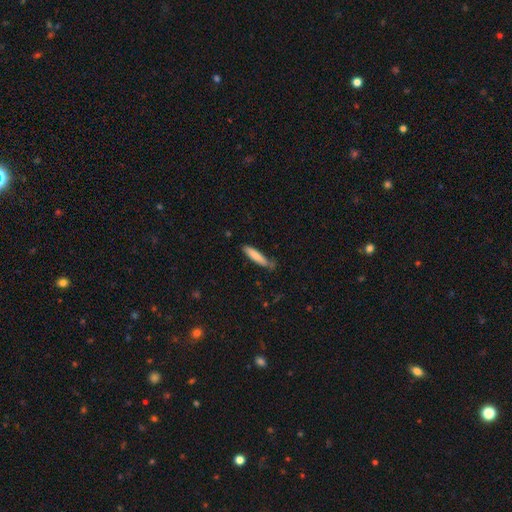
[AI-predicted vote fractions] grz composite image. It shows a smooth galaxy with no disk features (78%) that is cigar-shaped (85%). Merging: none (66%).